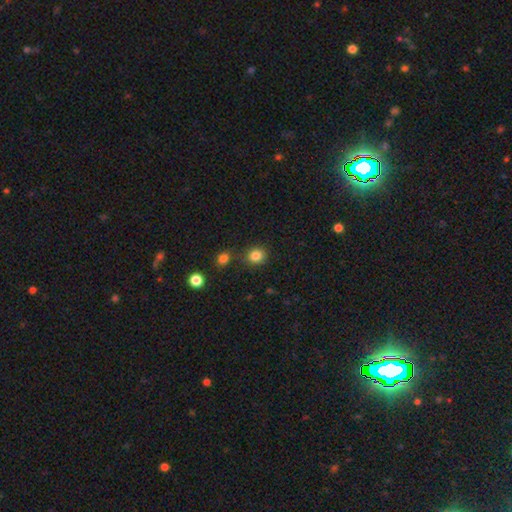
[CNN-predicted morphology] Q: Smooth or featured?
A: smooth (84%); runner-up: star or artifact (11%)
Q: How rounded?
A: round (80%); runner-up: in between (19%)
Q: Merging?
A: none (79%); runner-up: minor disturbance (10%)